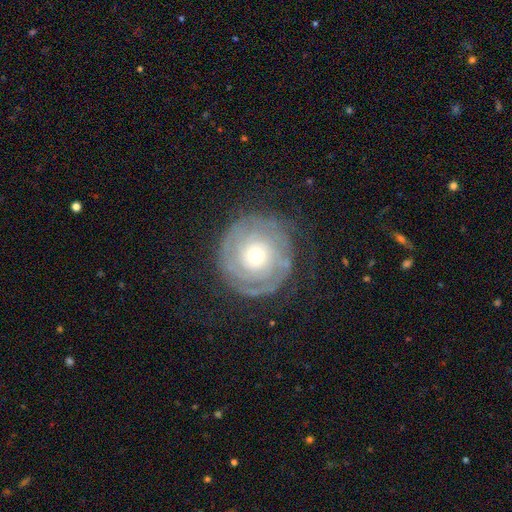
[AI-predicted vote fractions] Smooth or featured?
  - featured or disk: 76% *
  - smooth: 17%
  - star or artifact: 6%
Edge-on disk?
  - no: 97% *
  - yes: 3%
Bar?
  - no: 84% *
  - weak: 12%
  - strong: 4%
Spiral arms?
  - yes: 86% *
  - no: 14%
Spiral winding?
  - tight: 81% *
  - medium: 14%
  - loose: 5%
Spiral arm count?
  - can't tell: 42% *
  - 2: 25%
  - 3: 13%
  - 1: 8%
  - 4: 7%
  - more than 4: 6%
Bulge size?
  - moderate: 48% *
  - small: 45%
  - large: 5%
  - dominant: 1%
  - none: 1%
Merging?
  - none: 77% *
  - minor disturbance: 14%
  - major disturbance: 8%
  - merger: 1%